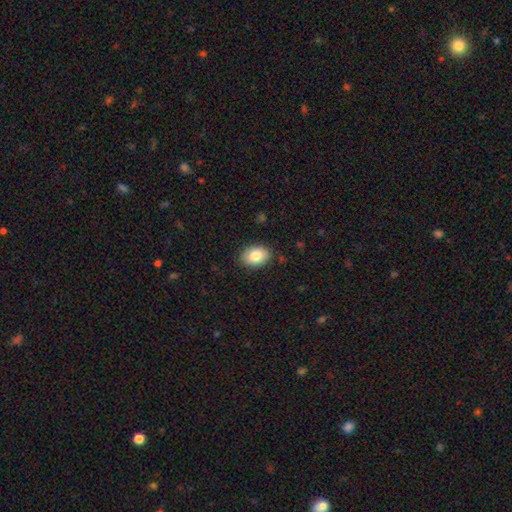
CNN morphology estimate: Smooth or featured? Predicted: smooth (p=0.83). How rounded? Predicted: in between (p=0.78). Merging? Predicted: none (p=0.88).